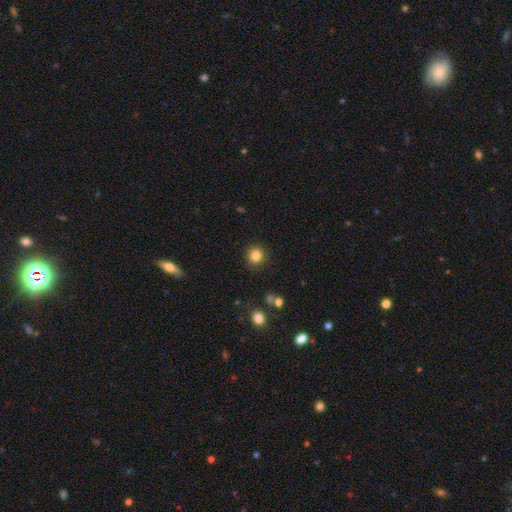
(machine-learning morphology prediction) A smooth galaxy with no disk features (85%) that is round (88%). Merging: none (88%).